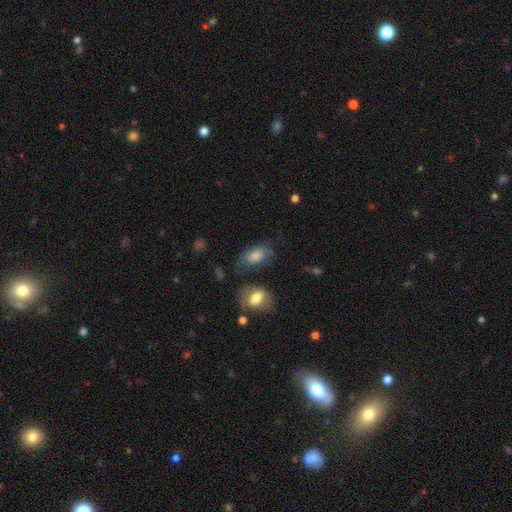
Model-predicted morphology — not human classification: Smooth or featured? smooth (67%)
How rounded? in between (88%)
Merging? none (52%)